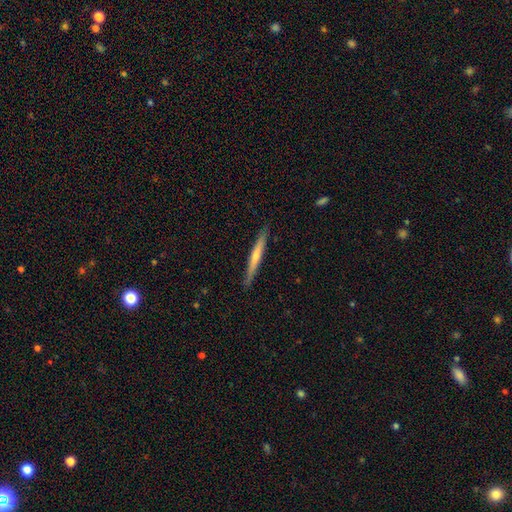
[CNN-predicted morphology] A featured or disk galaxy (53%) viewed edge-on (96%) with a rounded central bulge (52%). Merging: none (90%).